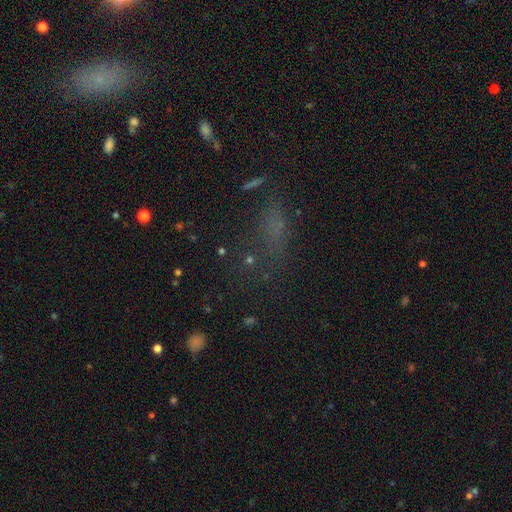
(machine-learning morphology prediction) This is possibly a smooth galaxy (47%). Merging: possibly none (56%).